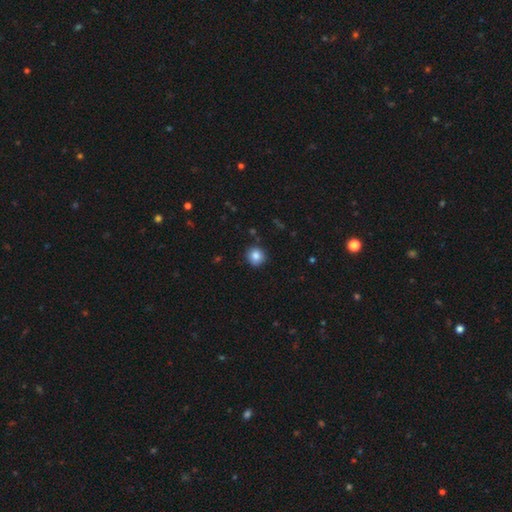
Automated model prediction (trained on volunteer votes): Smooth or featured?
  - smooth: 85% *
  - star or artifact: 10%
  - featured or disk: 6%
How rounded?
  - round: 92% *
  - in between: 7%
  - cigar-shaped: 1%
Merging?
  - none: 89% *
  - minor disturbance: 7%
  - major disturbance: 2%
  - merger: 1%